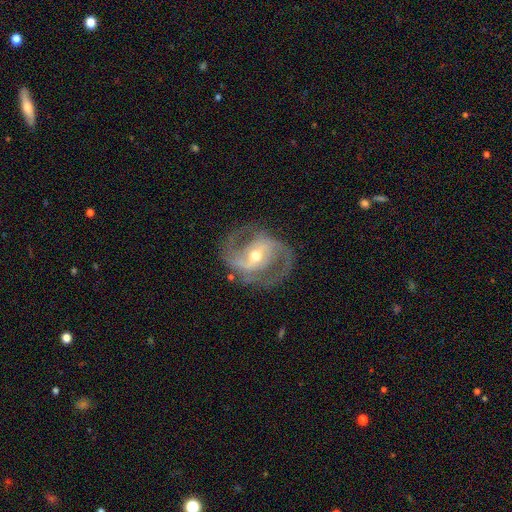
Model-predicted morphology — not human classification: This appears to be a featured or disk galaxy (88%) with a weak bar (41%), 2 (88%) medium (55%) spiral arms (94%) and a moderate central bulge (63%). Merging: none (75%).